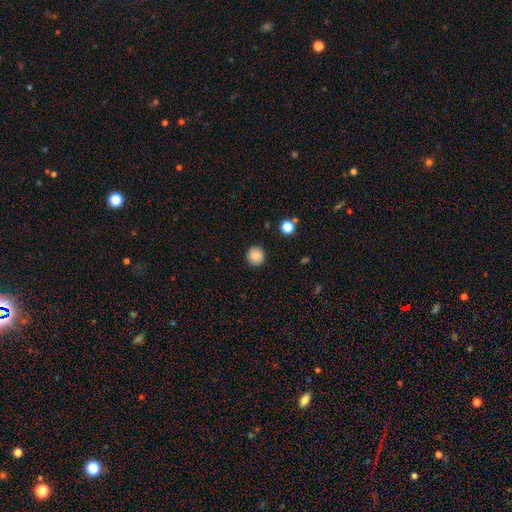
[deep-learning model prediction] Smooth or featured? smooth (85%)
How rounded? round (94%)
Merging? none (91%)